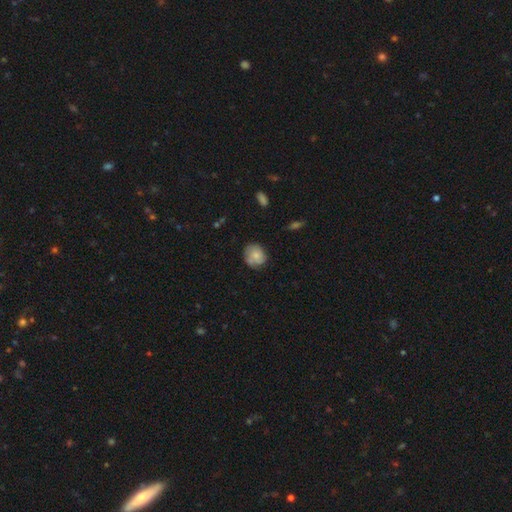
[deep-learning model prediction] Smooth or featured? Predicted: smooth (p=0.65). How rounded? Predicted: round (p=0.63). Merging? Predicted: none (p=0.64).